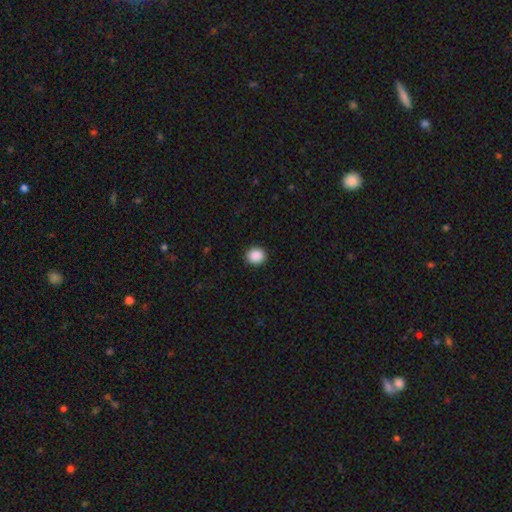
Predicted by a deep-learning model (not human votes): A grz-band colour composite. It shows a smooth galaxy with no disk features (89%) that is round (81%). Merging: none (92%).